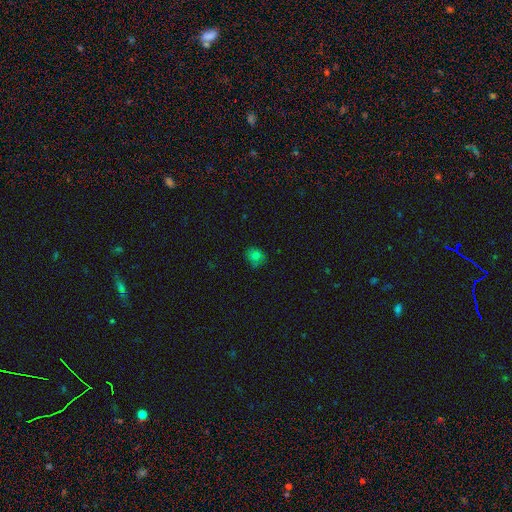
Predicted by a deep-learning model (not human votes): Smooth or featured?
  - smooth: 74% *
  - star or artifact: 16%
  - featured or disk: 10%
How rounded?
  - round: 72% *
  - in between: 27%
  - cigar-shaped: 1%
Merging?
  - none: 76% *
  - minor disturbance: 19%
  - major disturbance: 4%
  - merger: 2%